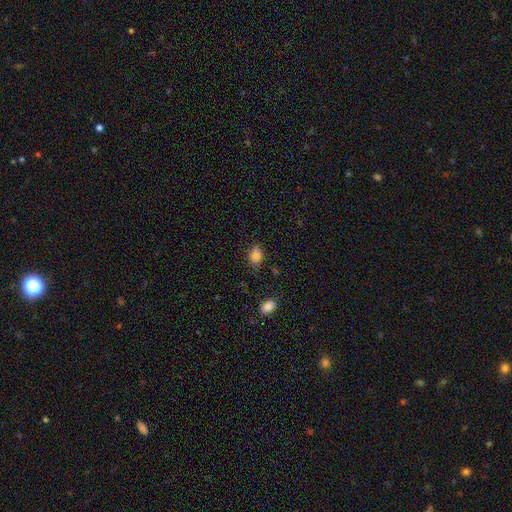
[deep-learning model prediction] Smooth or featured: smooth — 85% (star or artifact — 10%)
How rounded: in between — 71% (round — 27%)
Merging: none — 75% (minor disturbance — 19%)